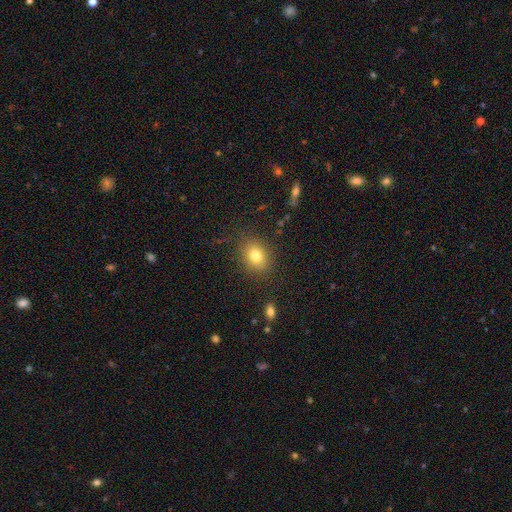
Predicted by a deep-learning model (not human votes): This appears to be a smooth galaxy with no disk features (79%) that is in between round and cigar-shaped (54%). Merging: none (84%).